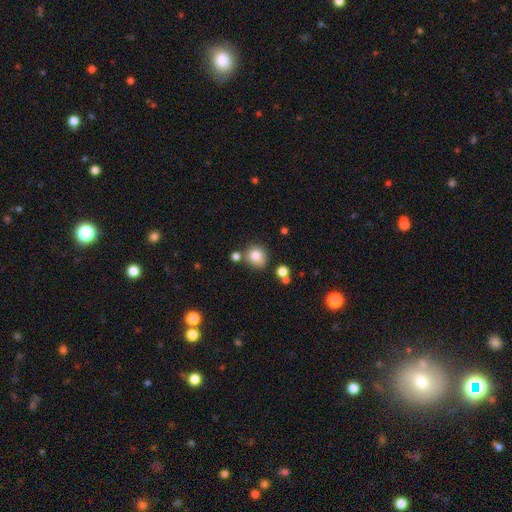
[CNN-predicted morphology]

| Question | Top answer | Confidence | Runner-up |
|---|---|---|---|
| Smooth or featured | smooth | 82% | star or artifact (11%) |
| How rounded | round | 80% | in between (19%) |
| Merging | none | 65% | minor disturbance (16%) |